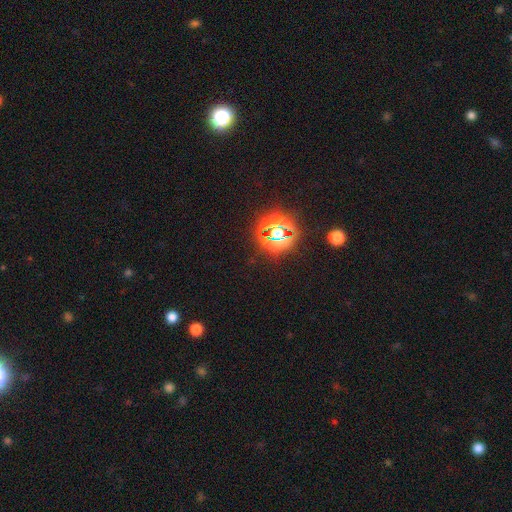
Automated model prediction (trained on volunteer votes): smooth-or-featured: star or artifact: 80% | smooth: 14% | featured or disk: 7%